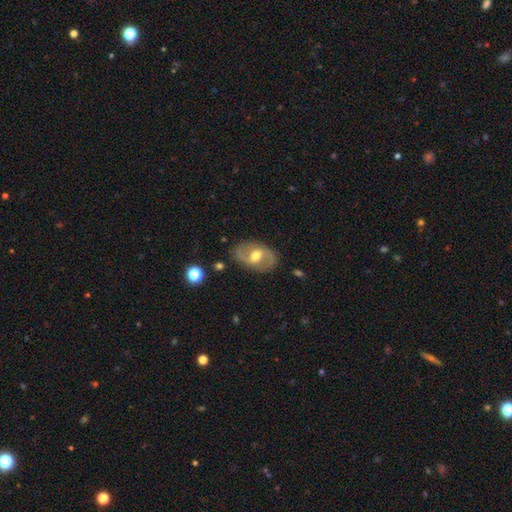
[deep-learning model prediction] Overall: featured or disk (67%; smooth 27%). Edge-on disk: no (94%). Bar: weak (46%; no 30%). Spiral arms: yes (67%; no 33%). Bulge size: moderate (74%). Merging: none (81%).